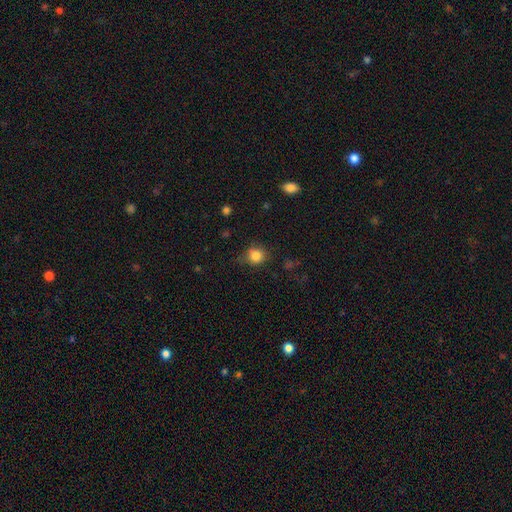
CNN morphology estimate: A smooth galaxy with no disk features (82%) that is round (82%).

Vote fractions:
- Smooth or featured? smooth: 82% / star or artifact: 11% / featured or disk: 6%
- How rounded? round: 82% / in between: 17% / cigar-shaped: 1%
- Merging? none: 68% / minor disturbance: 23% / major disturbance: 6% / merger: 2%